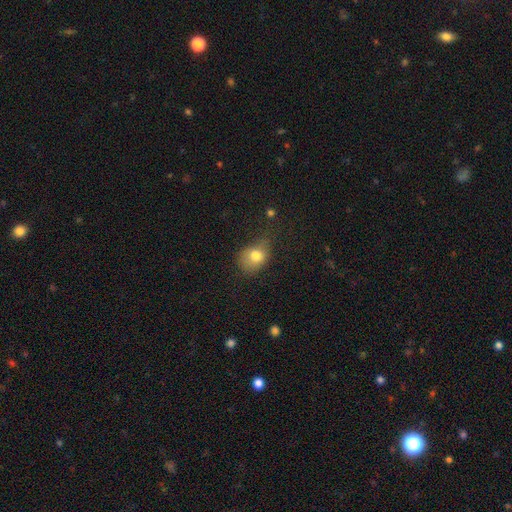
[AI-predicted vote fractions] Smooth or featured?
  - smooth: 77% *
  - featured or disk: 12%
  - star or artifact: 11%
How rounded?
  - in between: 55% *
  - round: 43%
  - cigar-shaped: 1%
Merging?
  - none: 41% *
  - minor disturbance: 36%
  - major disturbance: 19%
  - merger: 3%